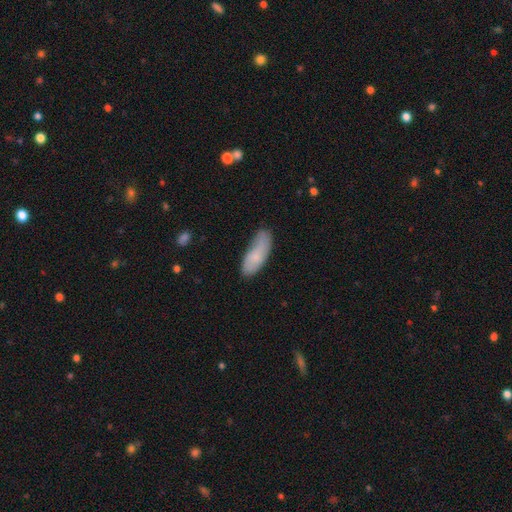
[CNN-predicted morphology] Smooth or featured? Predicted: smooth (p=0.76). How rounded? Predicted: in between (p=0.70). Merging? Predicted: none (p=0.64).